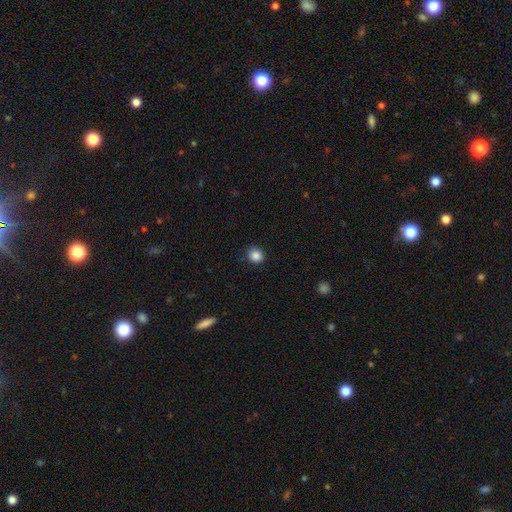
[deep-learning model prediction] Smooth or featured: smooth — 86% (star or artifact — 11%)
How rounded: round — 81% (in between — 18%)
Merging: none — 86% (minor disturbance — 11%)